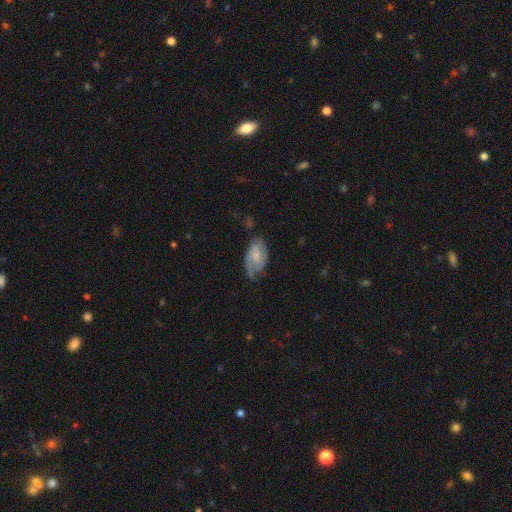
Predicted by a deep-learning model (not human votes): Smooth or featured: featured or disk — 47% (smooth — 46%)
Merging: none — 46% (minor disturbance — 35%)